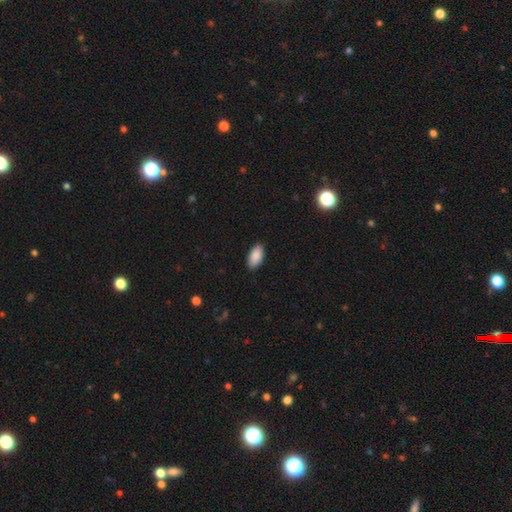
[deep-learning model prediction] Smooth or featured? Predicted: smooth (p=0.89). How rounded? Predicted: in between (p=0.94). Merging? Predicted: none (p=0.87).